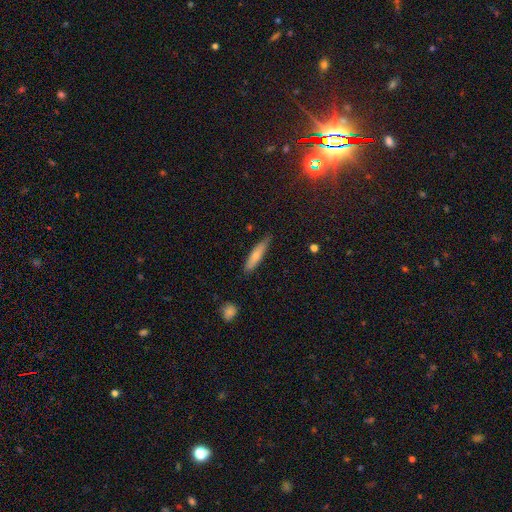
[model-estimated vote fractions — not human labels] smooth_or_featured: smooth (p=0.69) [alt: featured or disk p=0.25]
how_rounded: cigar-shaped (p=0.81) [alt: in between p=0.17]
merging: none (p=0.79) [alt: minor disturbance p=0.17]